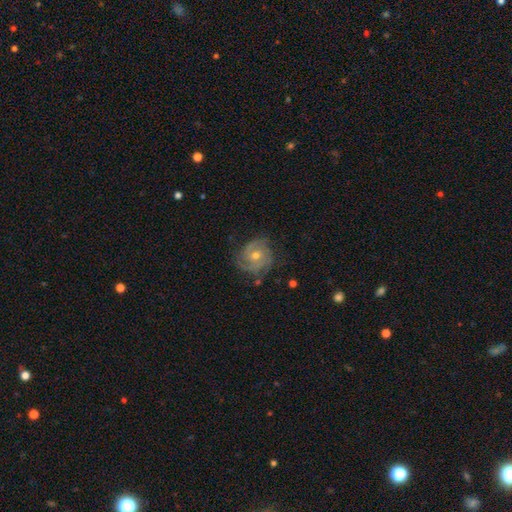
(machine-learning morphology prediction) featured or disk 80%, smooth 12%, star or artifact 8%. Down the decision tree: edge-on disk — no (97%); bar — no (72%); spiral arms — yes (93%); spiral arm count — 2 (36%); spiral winding — tight (60%); bulge size — moderate (61%); merging — none (73%).